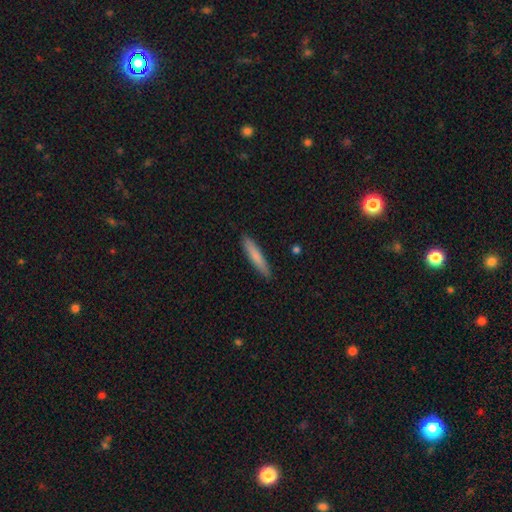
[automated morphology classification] Smooth or featured?
  - smooth: 77% *
  - featured or disk: 18%
  - star or artifact: 6%
How rounded?
  - cigar-shaped: 91% *
  - in between: 7%
  - round: 1%
Merging?
  - none: 90% *
  - minor disturbance: 8%
  - major disturbance: 2%
  - merger: 1%